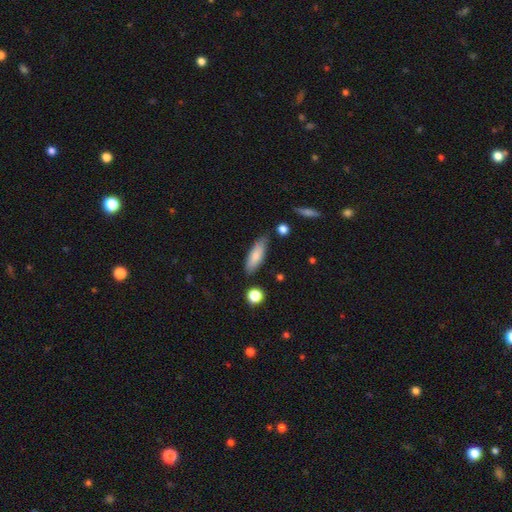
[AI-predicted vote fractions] This appears to be a smooth galaxy with no disk features (79%) that is in between round and cigar-shaped (54%). Merging: none (77%).